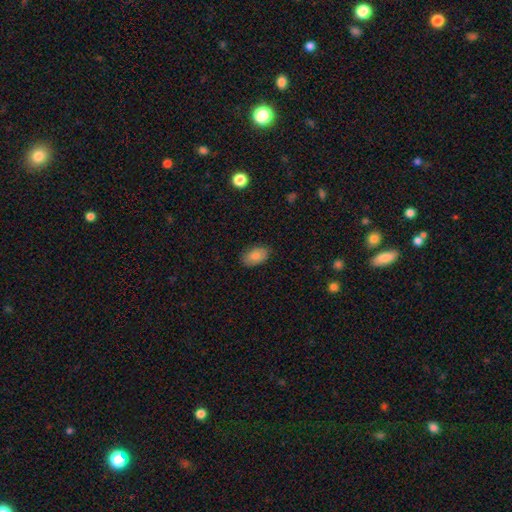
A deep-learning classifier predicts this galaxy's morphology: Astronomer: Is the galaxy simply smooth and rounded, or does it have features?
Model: smooth — 84%.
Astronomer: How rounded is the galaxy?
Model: in between — 92%.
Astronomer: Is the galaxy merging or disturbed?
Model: none — 85%.